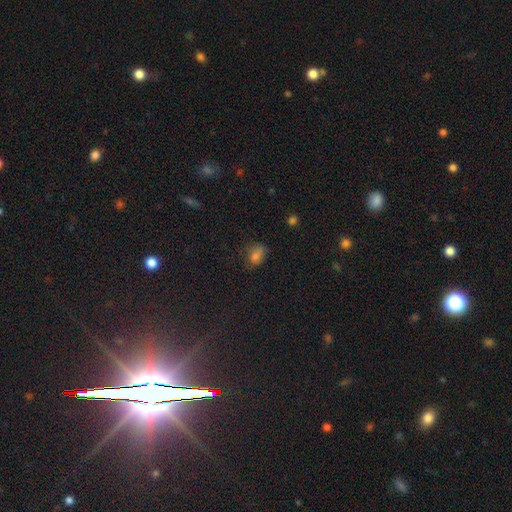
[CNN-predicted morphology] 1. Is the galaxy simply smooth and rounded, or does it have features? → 73% smooth, 18% star or artifact, 9% featured or disk.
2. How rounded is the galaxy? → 79% in between, 18% round, 3% cigar-shaped.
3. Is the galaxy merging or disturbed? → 60% none, 28% minor disturbance, 10% major disturbance, 2% merger.